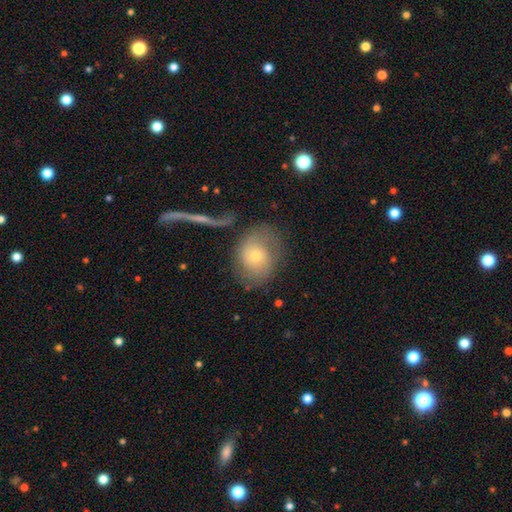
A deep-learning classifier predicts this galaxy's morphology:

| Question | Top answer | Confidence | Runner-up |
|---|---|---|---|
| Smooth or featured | featured or disk | 47% | smooth (43%) |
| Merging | none | 62% | minor disturbance (19%) |